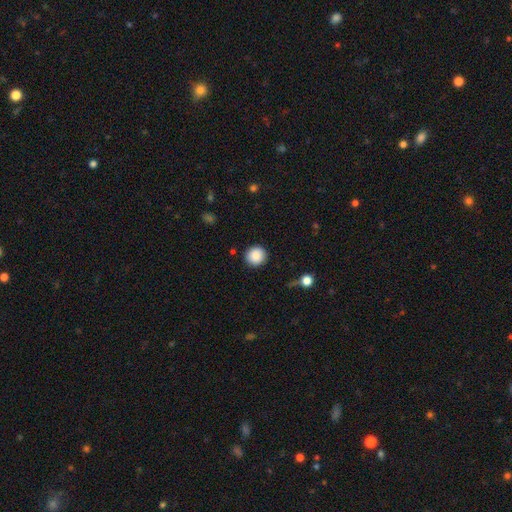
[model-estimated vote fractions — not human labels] smooth_or_featured: smooth (p=0.88) [alt: star or artifact p=0.08]
how_rounded: round (p=0.93) [alt: in between p=0.06]
merging: none (p=0.90) [alt: minor disturbance p=0.06]